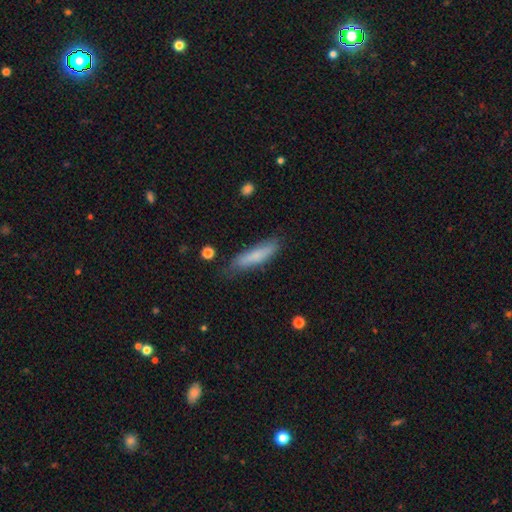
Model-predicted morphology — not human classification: Q: Smooth or featured?
A: smooth (76%); runner-up: featured or disk (18%)
Q: How rounded?
A: cigar-shaped (76%); runner-up: in between (22%)
Q: Merging?
A: none (73%); runner-up: minor disturbance (21%)